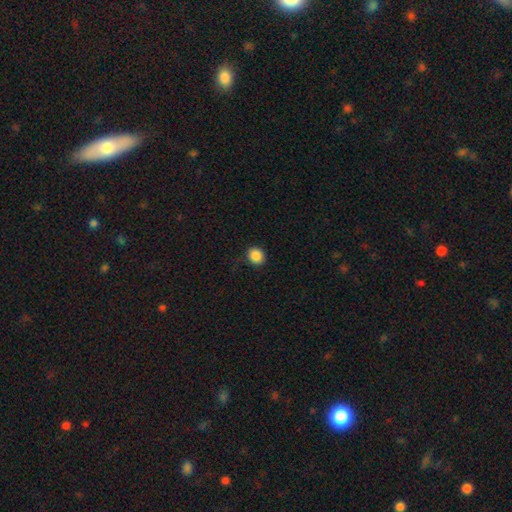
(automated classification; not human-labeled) This appears to be a smooth galaxy with no disk features (88%) that is round (79%). Merging: none (86%).